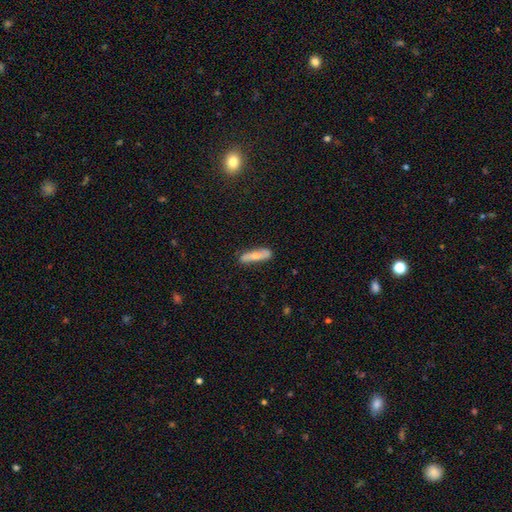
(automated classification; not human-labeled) Smooth or featured? smooth (62%)
How rounded? cigar-shaped (73%)
Merging? none (75%)